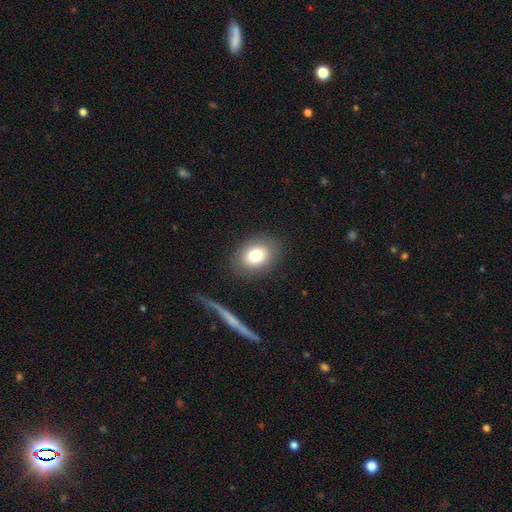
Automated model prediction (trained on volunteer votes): Smooth or featured?
  - smooth: 80% *
  - featured or disk: 11%
  - star or artifact: 9%
How rounded?
  - in between: 66% *
  - round: 33%
  - cigar-shaped: 1%
Merging?
  - none: 84% *
  - minor disturbance: 10%
  - major disturbance: 4%
  - merger: 2%